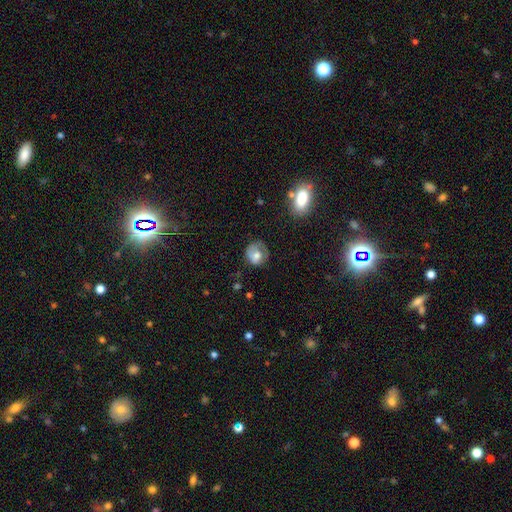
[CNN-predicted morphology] Smooth or featured? Predicted: smooth (p=0.65). How rounded? Predicted: round (p=0.73). Merging? Predicted: none (p=0.54).